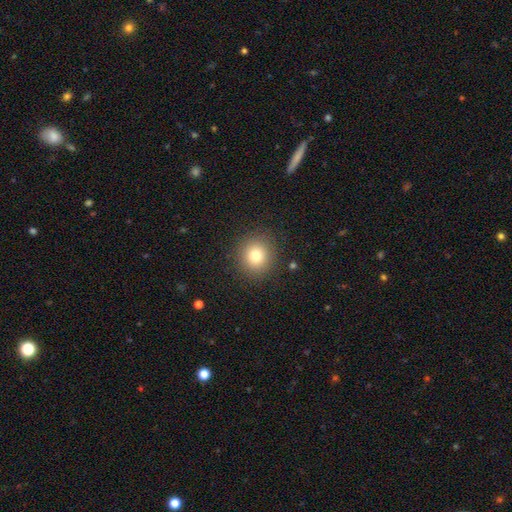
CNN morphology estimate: Smooth or featured?
  - smooth: 79% *
  - star or artifact: 12%
  - featured or disk: 9%
How rounded?
  - round: 88% *
  - in between: 11%
  - cigar-shaped: 1%
Merging?
  - none: 89% *
  - minor disturbance: 7%
  - major disturbance: 3%
  - merger: 1%